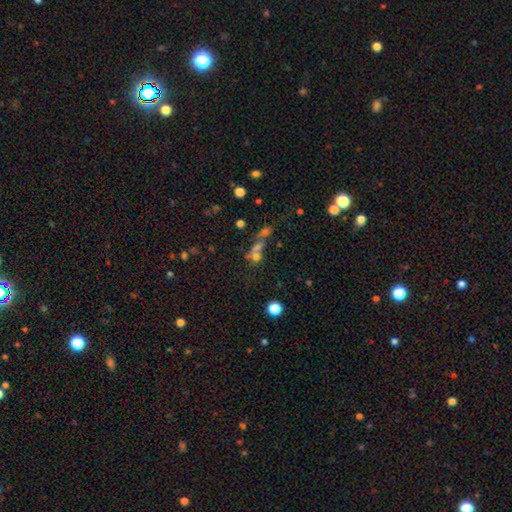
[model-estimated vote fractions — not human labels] The model was most divided on "merging": merger: 46%, none: 36%, major disturbance: 9%, minor disturbance: 8%. Remaining: smooth or featured — smooth (48%).